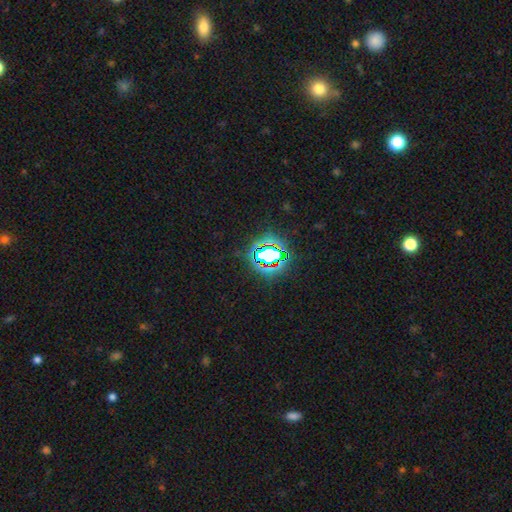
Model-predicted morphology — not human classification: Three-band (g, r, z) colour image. It shows a star or artifact, not a galaxy (78%).